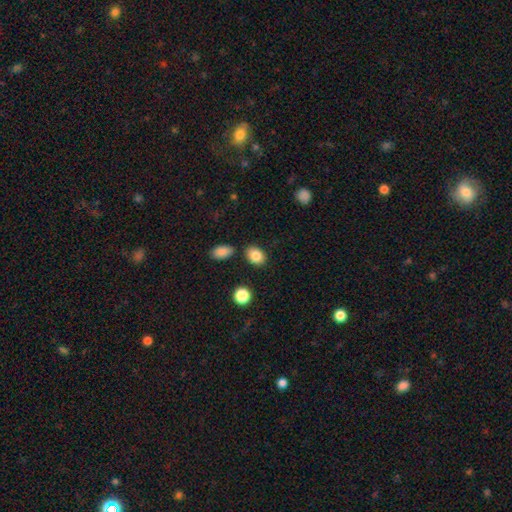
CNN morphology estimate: smooth-or-featured: smooth: 84% | star or artifact: 9% | featured or disk: 7%
  how-rounded: in between: 76% | round: 22% | cigar-shaped: 1%
  merging: none: 80% | minor disturbance: 12% | merger: 6% | major disturbance: 3%